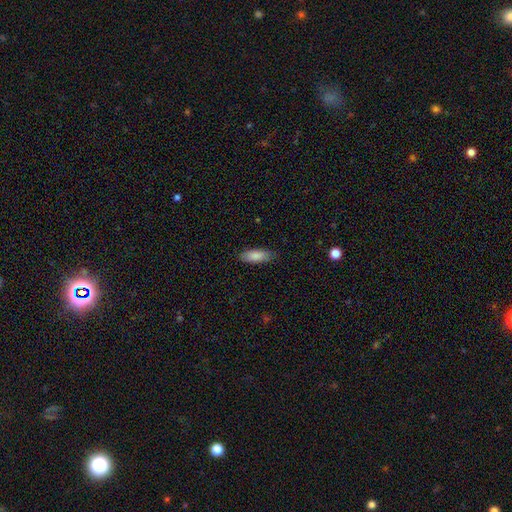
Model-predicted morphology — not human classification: Overall: smooth (86%). How rounded: in between (75%). Merging: none (84%).